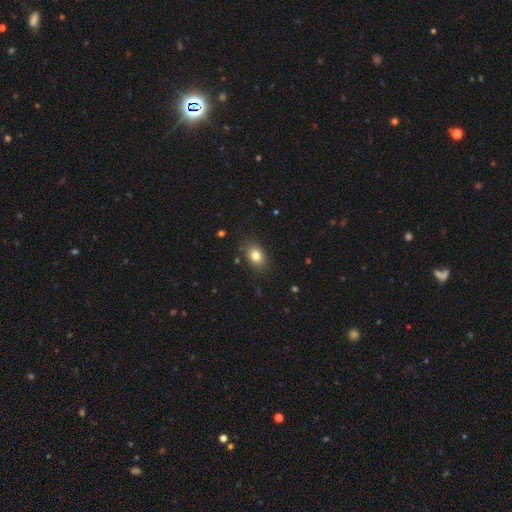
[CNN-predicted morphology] The model was most divided on "how rounded": in between: 73%, round: 25%, cigar-shaped: 1%. More confident: merging — none (83%); smooth or featured — smooth (81%).